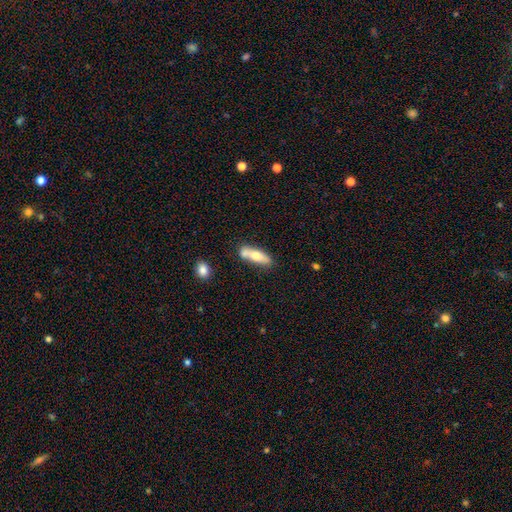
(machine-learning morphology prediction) Smooth or featured? Predicted: smooth (p=0.64). How rounded? Predicted: in between (p=0.49). Merging? Predicted: none (p=0.54).